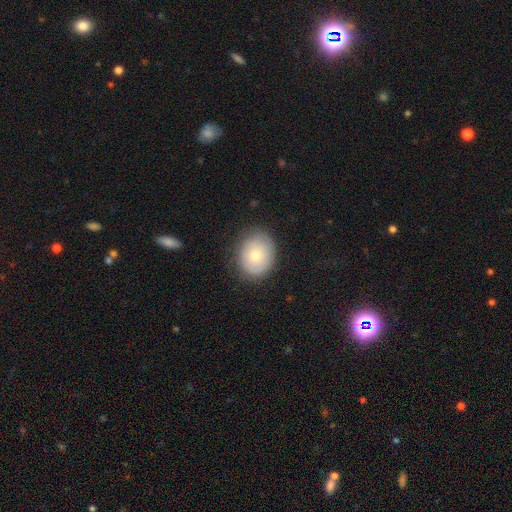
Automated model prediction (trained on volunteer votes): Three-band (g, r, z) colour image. It shows a smooth galaxy with no disk features (73%) that is round (56%). Merging: none (80%).